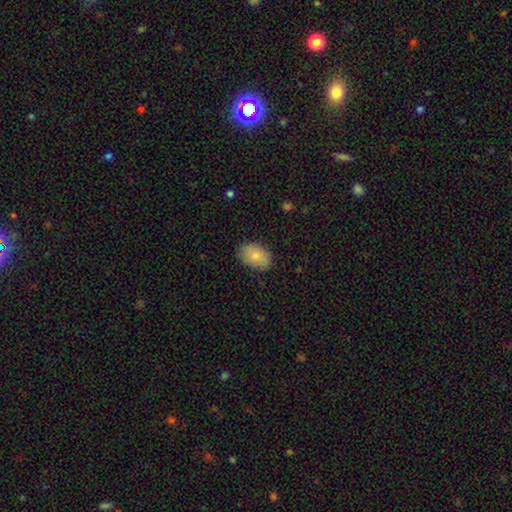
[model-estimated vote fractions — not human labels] Q: Smooth or featured?
A: smooth (83%); runner-up: featured or disk (10%)
Q: How rounded?
A: in between (86%); runner-up: round (13%)
Q: Merging?
A: none (83%); runner-up: minor disturbance (13%)